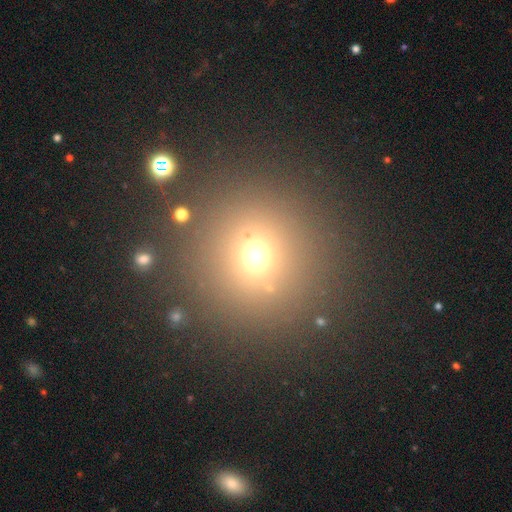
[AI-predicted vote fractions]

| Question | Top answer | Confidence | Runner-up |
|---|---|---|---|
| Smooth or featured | smooth | 63% | star or artifact (27%) |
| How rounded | round | 94% | in between (5%) |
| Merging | none | 85% | minor disturbance (6%) |